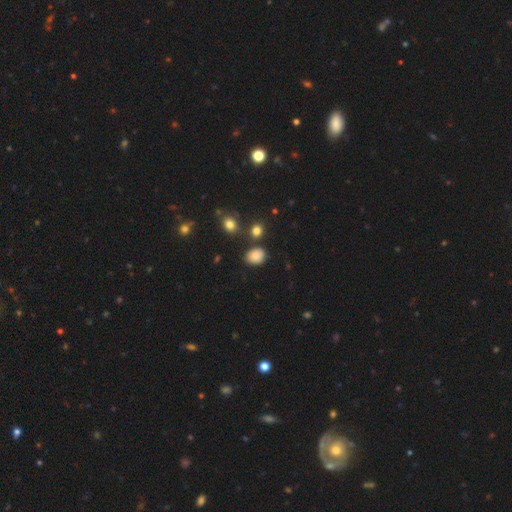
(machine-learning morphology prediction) A smooth galaxy with no disk features (83%) that is in between round and cigar-shaped (54%).

Vote fractions:
- Smooth or featured? smooth: 83% / star or artifact: 11% / featured or disk: 6%
- How rounded? in between: 54% / round: 45% / cigar-shaped: 1%
- Merging? none: 76% / minor disturbance: 14% / merger: 6% / major disturbance: 4%